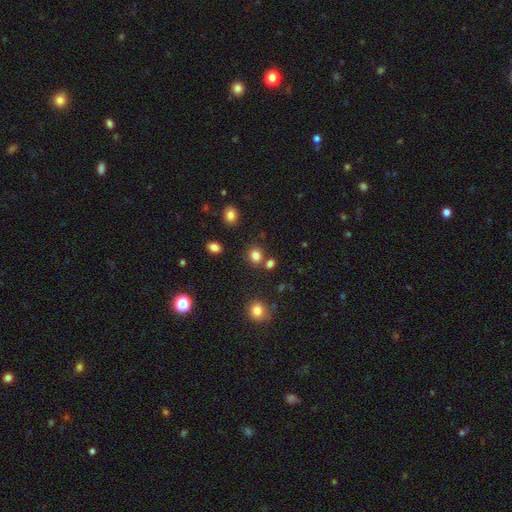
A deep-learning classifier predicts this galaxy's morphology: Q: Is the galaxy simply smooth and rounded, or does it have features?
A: smooth — 82%.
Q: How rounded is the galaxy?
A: round — 80%.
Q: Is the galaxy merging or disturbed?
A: none — 76%.